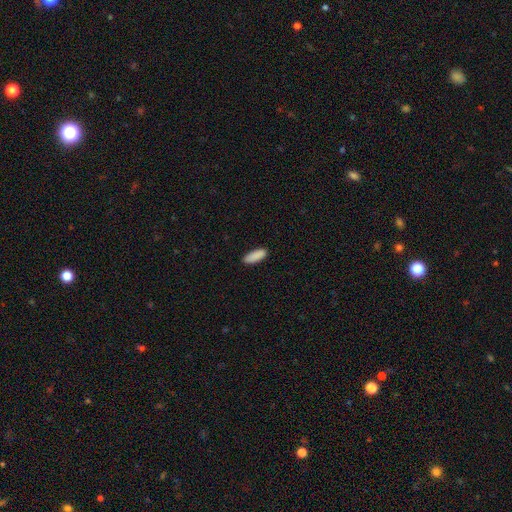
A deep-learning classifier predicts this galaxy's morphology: A smooth galaxy with no disk features (90%) that is in between round and cigar-shaped (63%).

Vote fractions:
- Smooth or featured? smooth: 90% / star or artifact: 6% / featured or disk: 4%
- How rounded? in between: 63% / cigar-shaped: 35% / round: 2%
- Merging? none: 87% / minor disturbance: 10% / major disturbance: 2% / merger: 1%